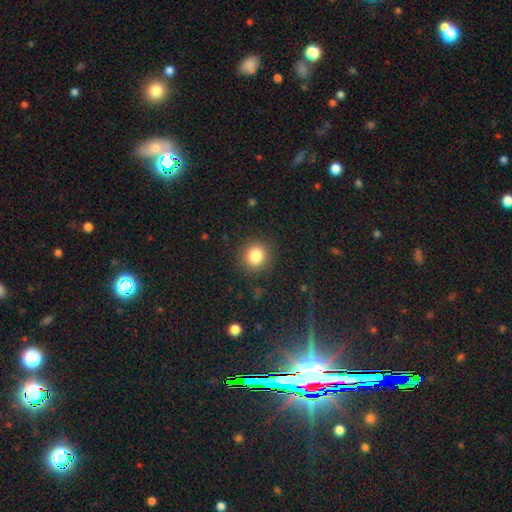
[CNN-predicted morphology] Smooth or featured? Predicted: smooth (p=0.84). How rounded? Predicted: round (p=0.89). Merging? Predicted: none (p=0.89).